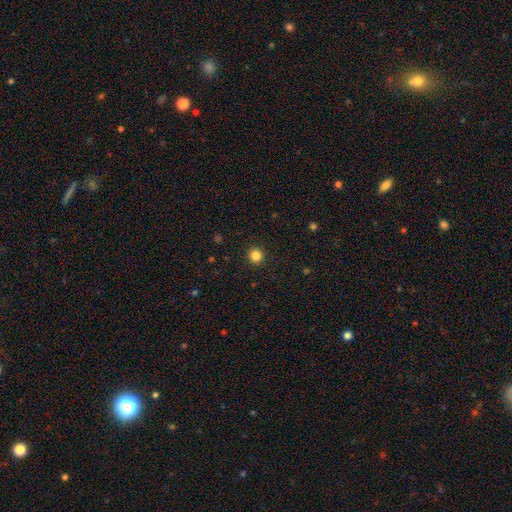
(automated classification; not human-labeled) smooth-or-featured: smooth: 84% | star or artifact: 12% | featured or disk: 4%
  how-rounded: round: 94% | in between: 5% | cigar-shaped: 1%
  merging: none: 93% | minor disturbance: 5% | major disturbance: 2% | merger: 1%